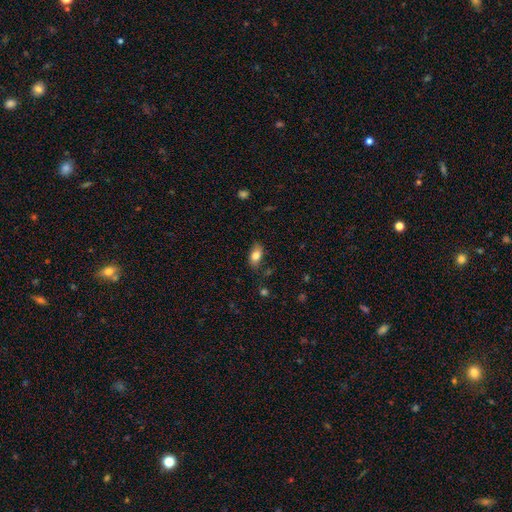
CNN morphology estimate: A smooth galaxy with no disk features (81%) that is in between round and cigar-shaped (87%).

Vote fractions:
- Smooth or featured? smooth: 81% / featured or disk: 11% / star or artifact: 8%
- How rounded? in between: 87% / round: 8% / cigar-shaped: 4%
- Merging? none: 76% / minor disturbance: 18% / major disturbance: 4% / merger: 2%